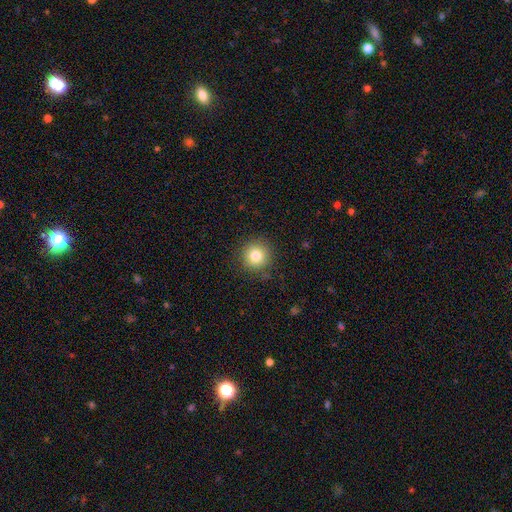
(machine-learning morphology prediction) Smooth or featured: smooth — 80% (star or artifact — 11%)
How rounded: round — 95% (in between — 4%)
Merging: none — 89% (minor disturbance — 7%)